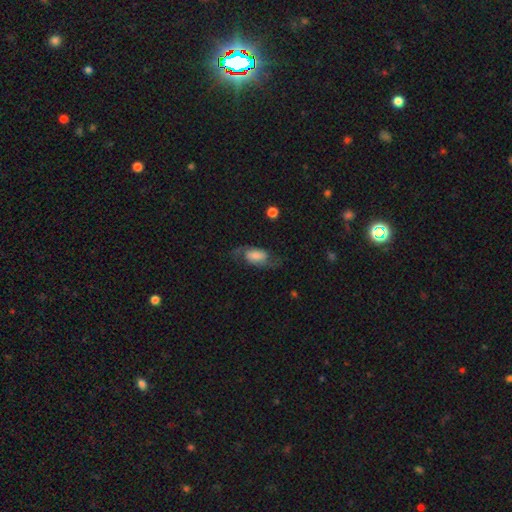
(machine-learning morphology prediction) A featured or disk galaxy (58%) with no bar (43%), spiral arms (90%) and a large central bulge (30%).

Vote fractions:
- Smooth or featured? featured or disk: 58% / smooth: 33% / star or artifact: 8%
- Edge-on disk? no: 95% / yes: 5%
- Bar? no: 43% / weak: 40% / strong: 17%
- Spiral arms? yes: 90% / no: 10%
- Bulge size? large: 30% / none: 24% / small: 19% / moderate: 19% / dominant: 9%
- Merging? none: 63% / minor disturbance: 19% / major disturbance: 16% / merger: 2%